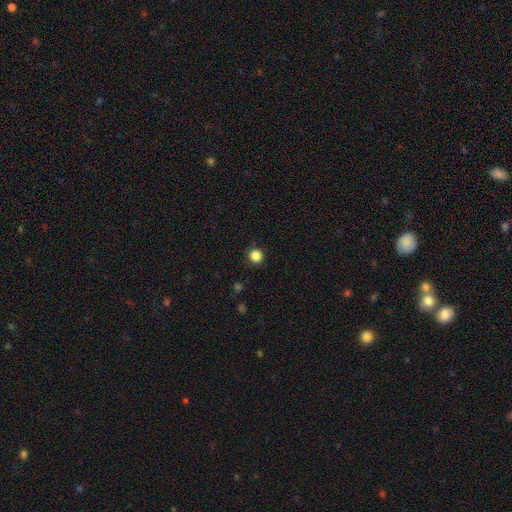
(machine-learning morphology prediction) Smooth or featured?
  - smooth: 86% *
  - star or artifact: 11%
  - featured or disk: 3%
How rounded?
  - round: 91% *
  - in between: 8%
  - cigar-shaped: 1%
Merging?
  - none: 90% *
  - minor disturbance: 7%
  - major disturbance: 2%
  - merger: 1%